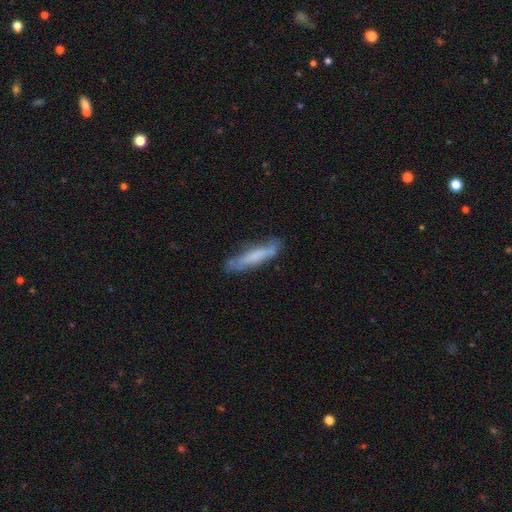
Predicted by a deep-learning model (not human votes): smooth_or_featured: smooth (p=0.57) [alt: featured or disk p=0.36]
how_rounded: cigar-shaped (p=0.87) [alt: in between p=0.12]
merging: none (p=0.69) [alt: minor disturbance p=0.23]